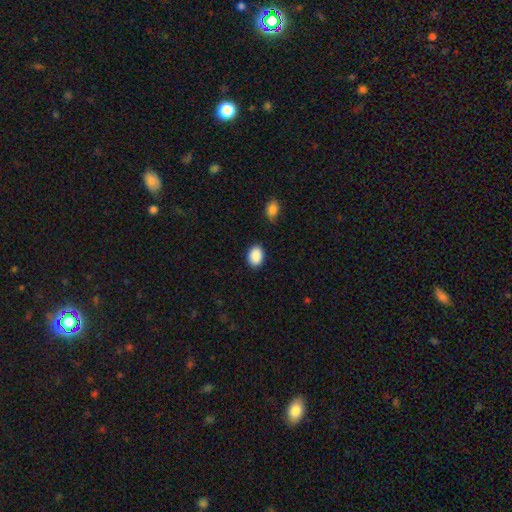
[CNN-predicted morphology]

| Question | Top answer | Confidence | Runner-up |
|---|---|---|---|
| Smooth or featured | smooth | 90% | star or artifact (7%) |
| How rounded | in between | 72% | round (27%) |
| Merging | none | 86% | minor disturbance (10%) |